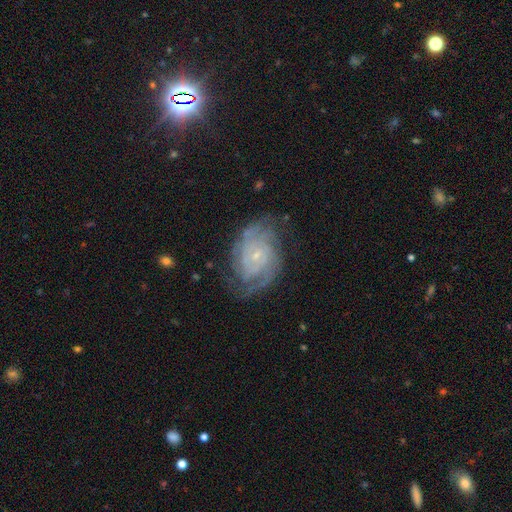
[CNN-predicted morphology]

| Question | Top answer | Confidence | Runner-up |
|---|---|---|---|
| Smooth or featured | featured or disk | 88% | smooth (6%) |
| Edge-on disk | no | 97% | yes (3%) |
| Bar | no | 64% | weak (29%) |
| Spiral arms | yes | 97% | no (3%) |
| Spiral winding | tight | 66% | medium (29%) |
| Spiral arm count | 2 | 36% | can't tell (22%) |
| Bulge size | small | 81% | moderate (14%) |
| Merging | none | 73% | minor disturbance (18%) |